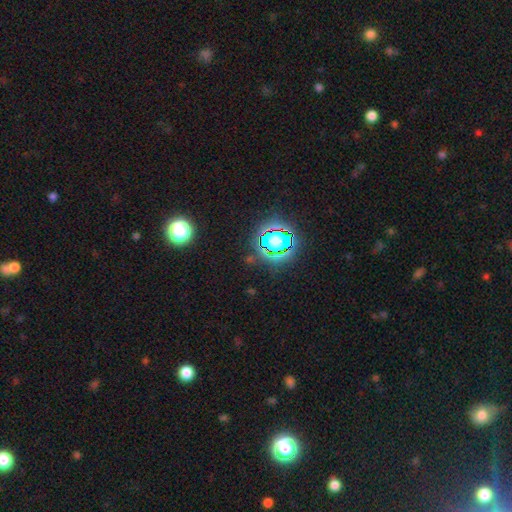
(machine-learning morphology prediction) This is likely a star or artifact rather than a galaxy (78%).